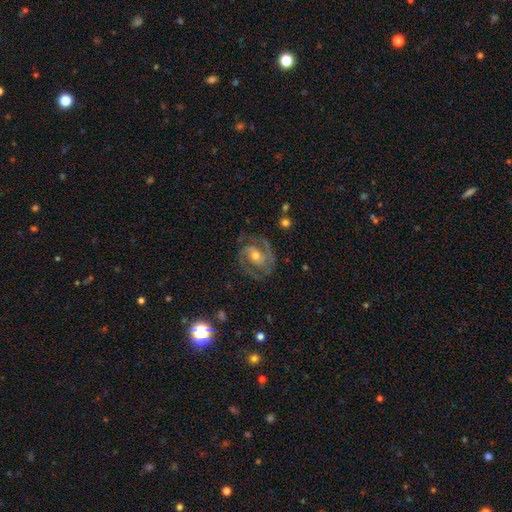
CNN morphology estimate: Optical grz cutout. It shows a featured or disk galaxy (84%) with no bar (48%), 2 (76%) medium (47%) spiral arms (92%) and a moderate central bulge (60%). Merging: none (72%).